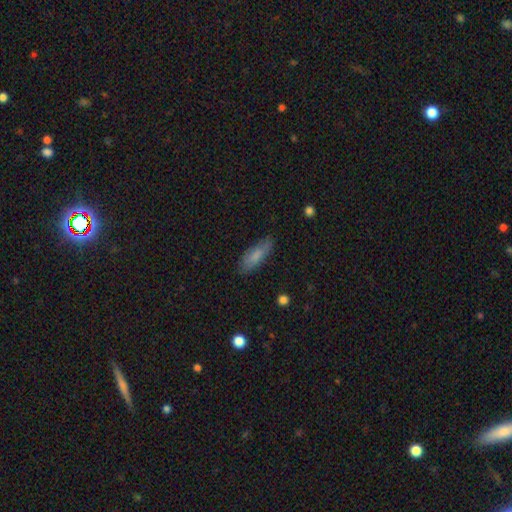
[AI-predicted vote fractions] This is likely a smooth galaxy (78%). How rounded: possibly in between (55%). Merging: likely none (80%).